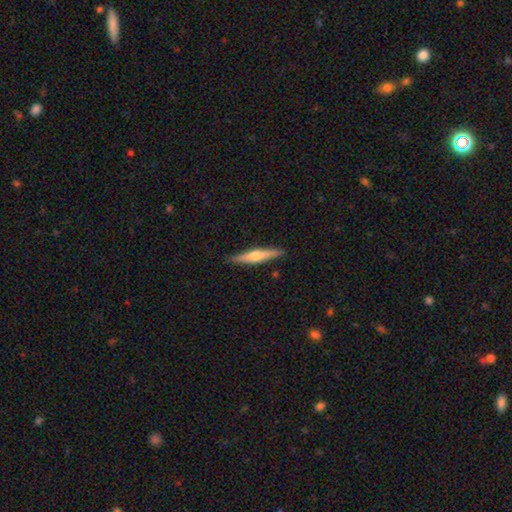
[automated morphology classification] Smooth or featured: featured or disk — 56% (smooth — 39%)
Edge-on disk: yes — 96% (no — 4%)
Edge-on bulge: rounded — 85% (none — 8%)
Merging: none — 89% (minor disturbance — 8%)